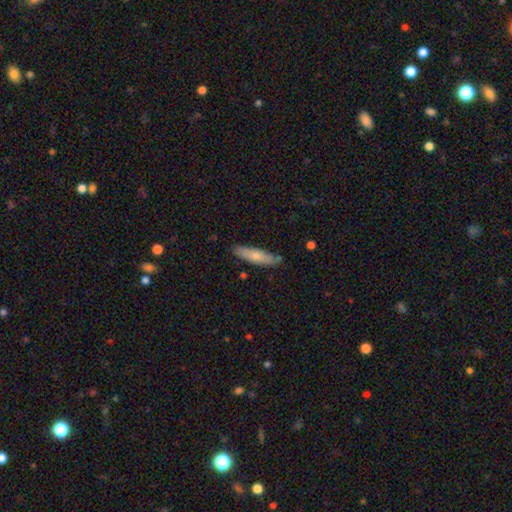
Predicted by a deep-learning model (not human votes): The model was most divided on "smooth or featured": smooth: 68%, featured or disk: 26%, star or artifact: 6%. More confident: merging — none (83%); how rounded — cigar-shaped (71%).